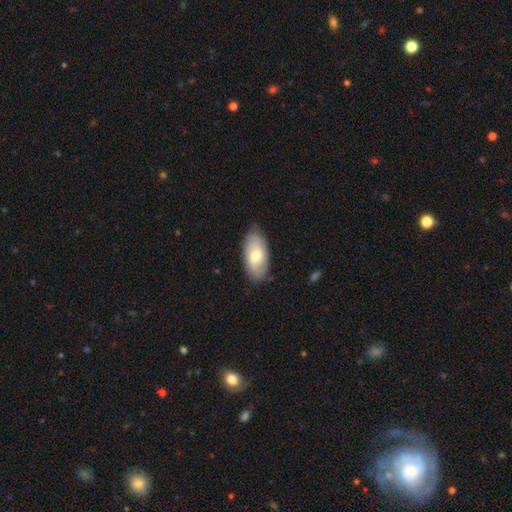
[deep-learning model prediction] Overall: smooth (61%; featured or disk 34%). How rounded: in between (93%). Merging: none (76%).